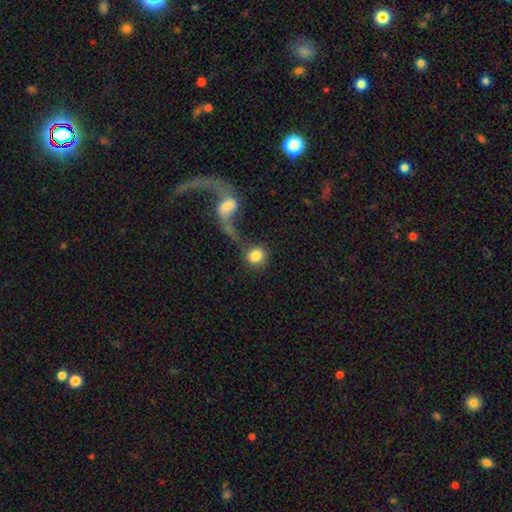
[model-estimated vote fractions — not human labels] Smooth or featured?
  - smooth: 80% *
  - featured or disk: 13%
  - star or artifact: 7%
How rounded?
  - round: 81% *
  - in between: 17%
  - cigar-shaped: 2%
Merging?
  - merger: 41% *
  - none: 33%
  - major disturbance: 17%
  - minor disturbance: 9%